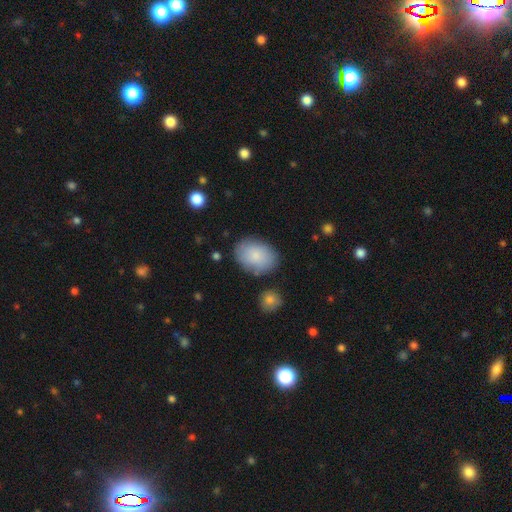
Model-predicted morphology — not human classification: smooth-or-featured: smooth: 84% | featured or disk: 9% | star or artifact: 6%
  how-rounded: in between: 81% | round: 18% | cigar-shaped: 1%
  merging: none: 78% | minor disturbance: 14% | merger: 4% | major disturbance: 4%